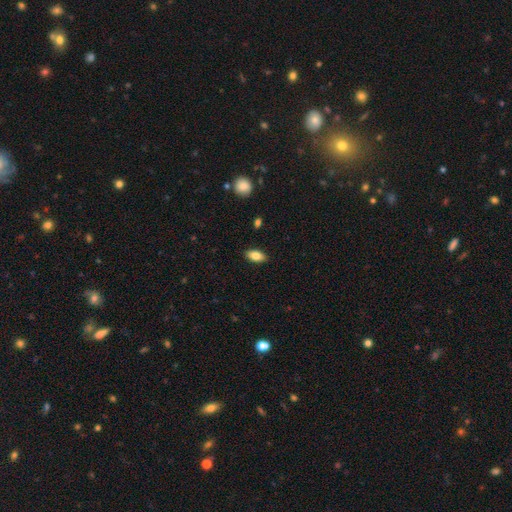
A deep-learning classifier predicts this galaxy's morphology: Smooth or featured? smooth (82%)
How rounded? in between (90%)
Merging? none (89%)